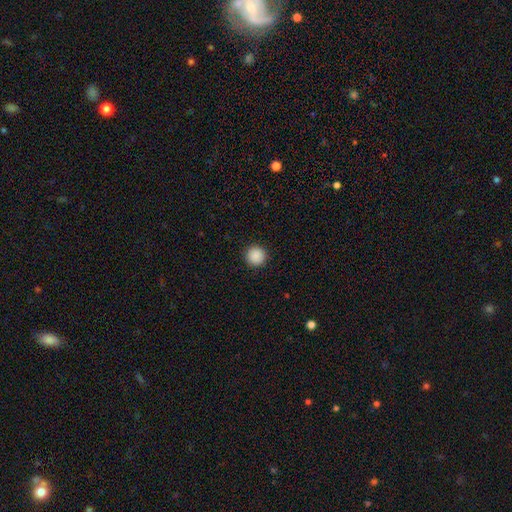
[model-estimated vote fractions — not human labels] smooth 89%, star or artifact 9%, featured or disk 2%. Down the decision tree: how rounded — round (96%); merging — none (93%).